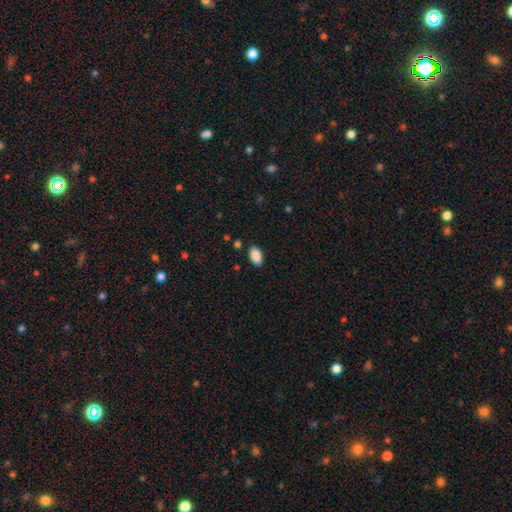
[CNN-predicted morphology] Q: Smooth or featured?
A: smooth (89%); runner-up: star or artifact (7%)
Q: How rounded?
A: in between (94%); runner-up: round (3%)
Q: Merging?
A: none (87%); runner-up: minor disturbance (9%)